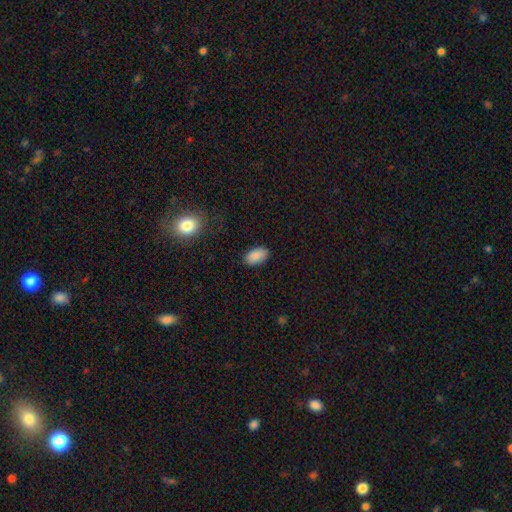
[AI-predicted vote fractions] Q: Smooth or featured?
A: smooth (88%); runner-up: star or artifact (7%)
Q: How rounded?
A: in between (94%); runner-up: round (4%)
Q: Merging?
A: none (86%); runner-up: minor disturbance (10%)